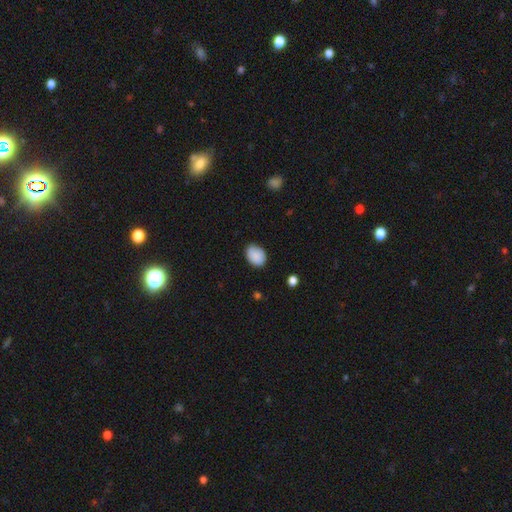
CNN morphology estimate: The model was most divided on "how rounded": in between: 67%, round: 32%, cigar-shaped: 1%. More confident: smooth or featured — smooth (87%); merging — none (76%).